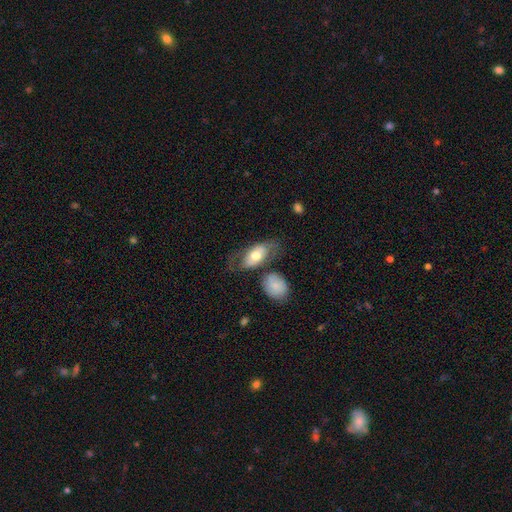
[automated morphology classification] The model was most divided on "smooth or featured": smooth: 56%, featured or disk: 38%, star or artifact: 6%. More confident: how rounded — in between (87%); merging — none (57%).